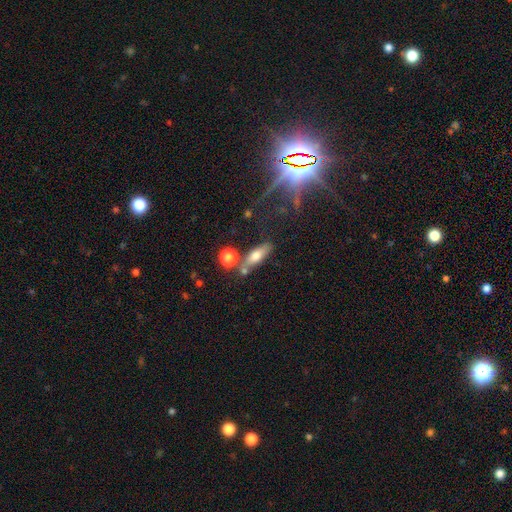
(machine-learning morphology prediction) The model was most divided on "how rounded": in between: 54%, cigar-shaped: 40%, round: 6%. More confident: smooth or featured — smooth (66%); merging — none (64%).